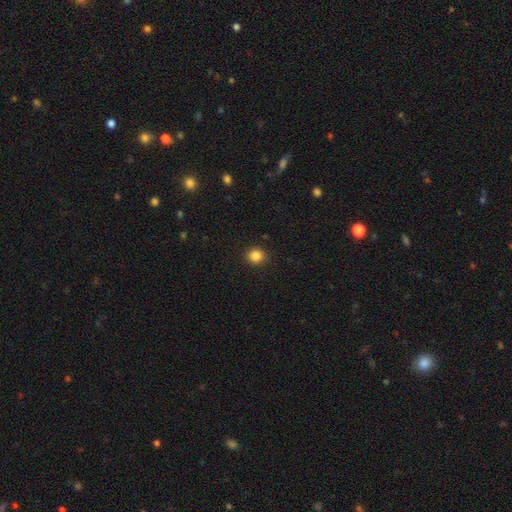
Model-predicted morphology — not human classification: The model was most divided on "smooth or featured": smooth: 85%, star or artifact: 11%, featured or disk: 4%. More confident: merging — none (92%); how rounded — round (90%).